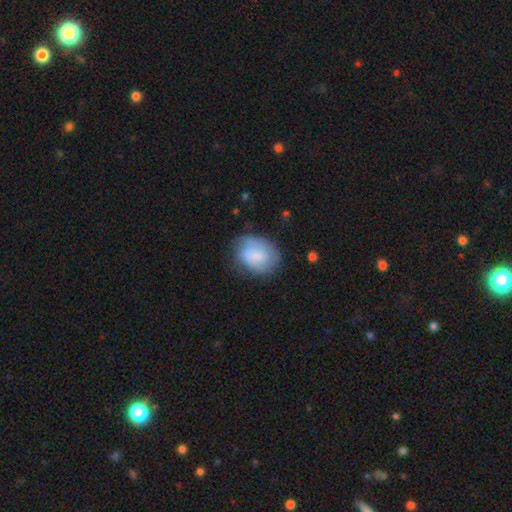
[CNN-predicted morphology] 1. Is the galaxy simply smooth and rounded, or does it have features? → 60% smooth, 33% featured or disk, 7% star or artifact.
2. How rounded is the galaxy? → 54% in between, 45% round, 1% cigar-shaped.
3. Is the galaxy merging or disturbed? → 63% none, 25% minor disturbance, 10% major disturbance, 2% merger.